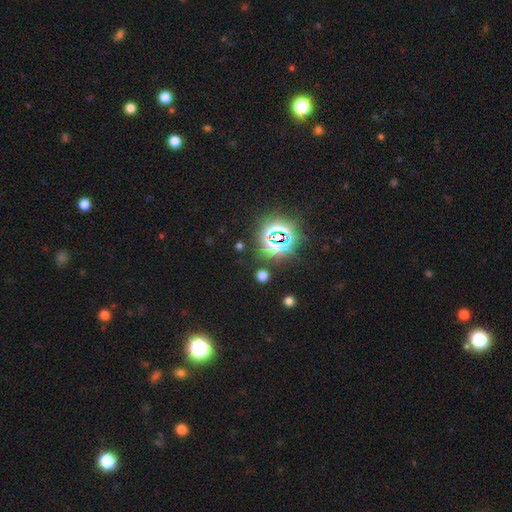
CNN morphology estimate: Q: Smooth or featured?
A: star or artifact (79%); runner-up: smooth (14%)